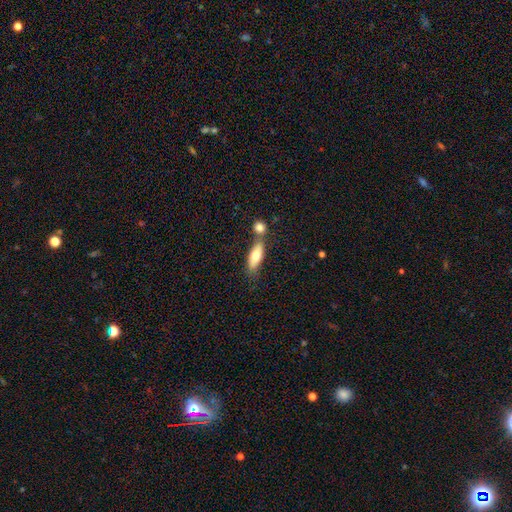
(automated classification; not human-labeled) Morphology: type=smooth (72%); roundness=in between (64%); merging=none (54%).